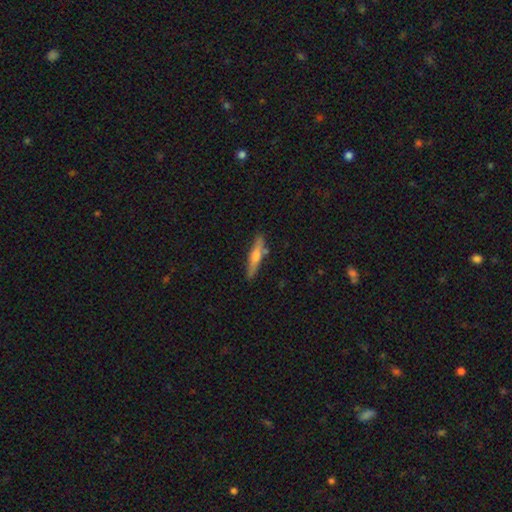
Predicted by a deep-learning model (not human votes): Morphology: type=featured or disk (56%); edge-on=yes (95%); edge-on bulge=rounded (87%); merging=none (85%).